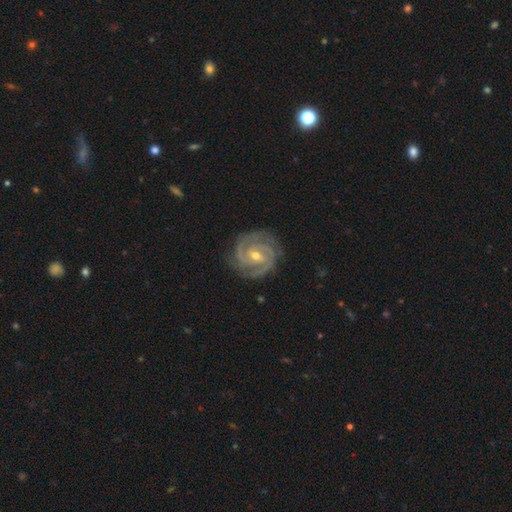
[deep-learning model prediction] Smooth or featured? Predicted: featured or disk (p=0.92). Edge-on disk? Predicted: no (p=0.98). Bar? Predicted: weak (p=0.43). Spiral arms? Predicted: yes (p=0.99). Spiral winding? Predicted: tight (p=0.71). Spiral arm count? Predicted: 2 (p=0.57). Bulge size? Predicted: moderate (p=0.49, tied with small). Merging? Predicted: none (p=0.84).